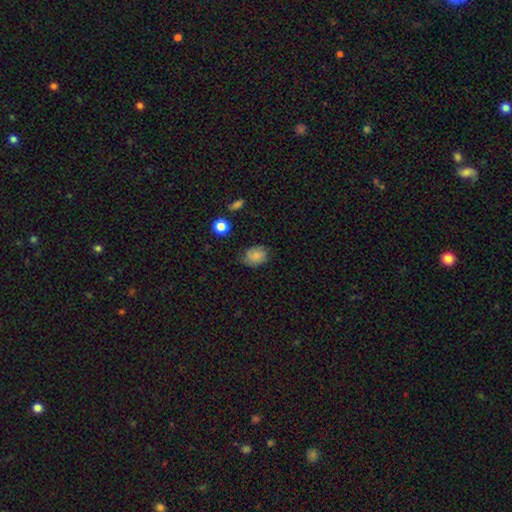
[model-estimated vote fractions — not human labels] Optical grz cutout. It shows a smooth galaxy with no disk features (80%) that is in between round and cigar-shaped (59%). Merging: none (70%).